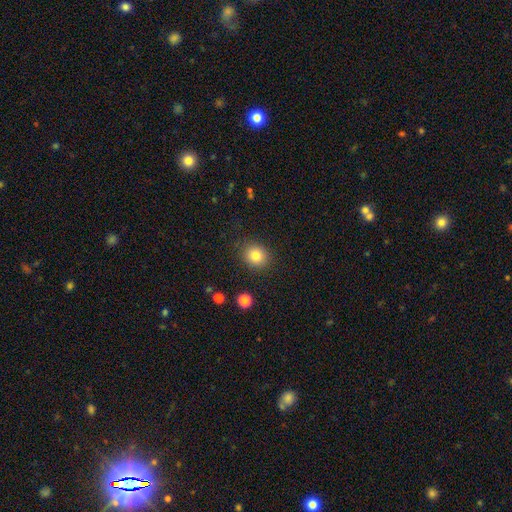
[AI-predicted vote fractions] smooth_or_featured: smooth (p=0.81) [alt: star or artifact p=0.12]
how_rounded: round (p=0.79) [alt: in between p=0.21]
merging: none (p=0.86) [alt: minor disturbance p=0.09]